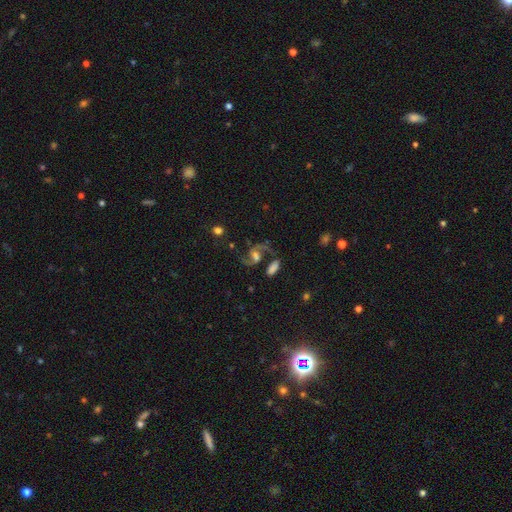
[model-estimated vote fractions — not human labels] Morphology: type=featured or disk (84%); edge-on=no (97%); bar=weak (43%); spiral arms=yes (96%); winding=loose (55%); arm count=2 (93%); bulge=moderate (46%); merging=none (63%).